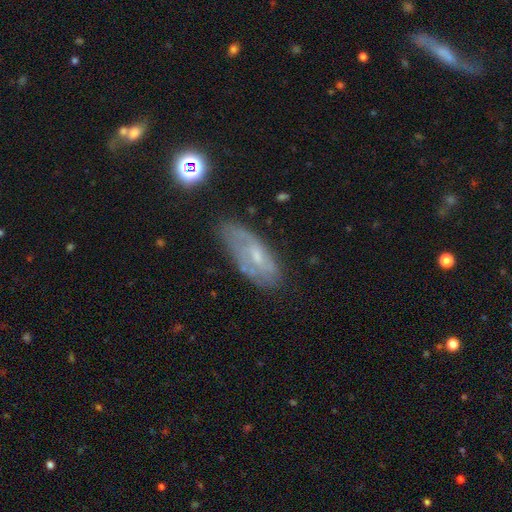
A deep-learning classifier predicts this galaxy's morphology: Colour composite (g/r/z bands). It shows a featured or disk galaxy (55%). Merging: none (60%).